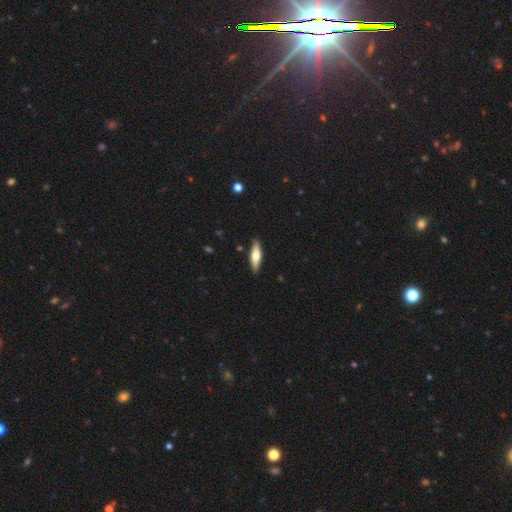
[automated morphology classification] smooth_or_featured: smooth (p=0.53) [alt: featured or disk p=0.42]
how_rounded: cigar-shaped (p=0.61) [alt: in between p=0.37]
merging: none (p=0.88) [alt: minor disturbance p=0.09]